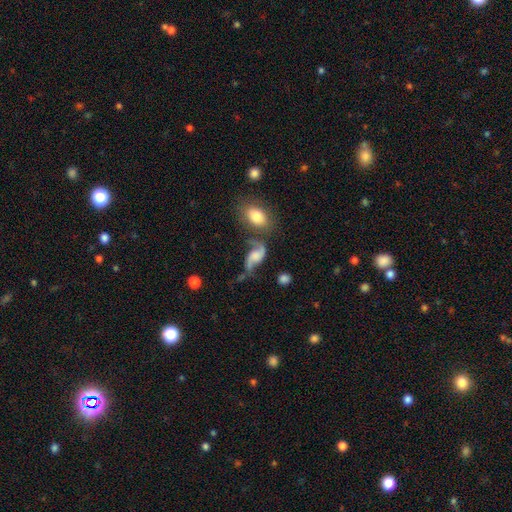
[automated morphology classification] featured or disk 72%, smooth 20%, star or artifact 9%. Down the decision tree: edge-on disk — no (96%); bar — no (58%); spiral arms — yes (92%); spiral arm count — 2 (90%); spiral winding — loose (77%); bulge size — none (38%); merging — none (40%).